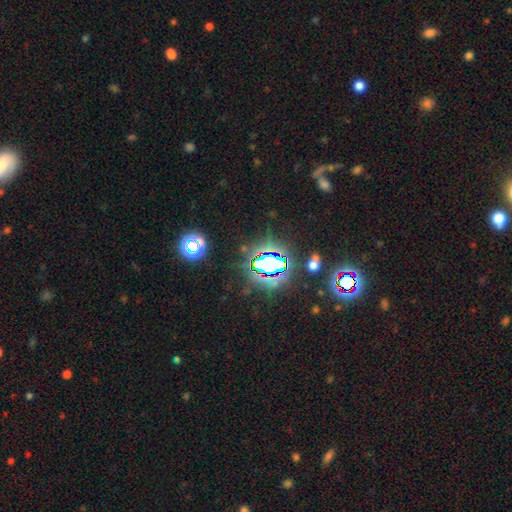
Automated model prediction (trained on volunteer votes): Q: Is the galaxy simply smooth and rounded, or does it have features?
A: star or artifact — 80%.